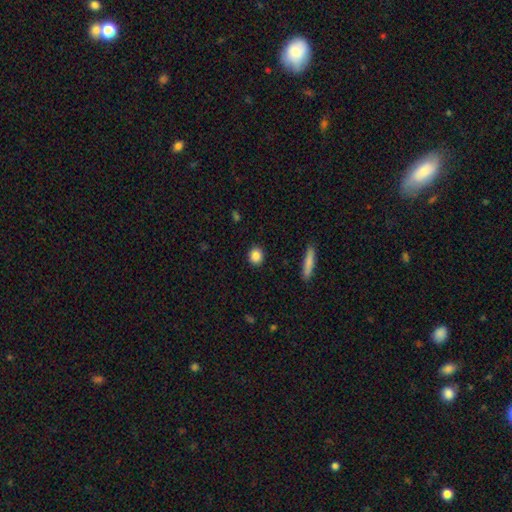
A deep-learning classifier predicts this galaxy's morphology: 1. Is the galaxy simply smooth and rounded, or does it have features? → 86% smooth, 8% star or artifact, 5% featured or disk.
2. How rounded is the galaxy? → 80% round, 18% in between, 2% cigar-shaped.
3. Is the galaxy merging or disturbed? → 91% none, 6% minor disturbance, 2% major disturbance, 1% merger.